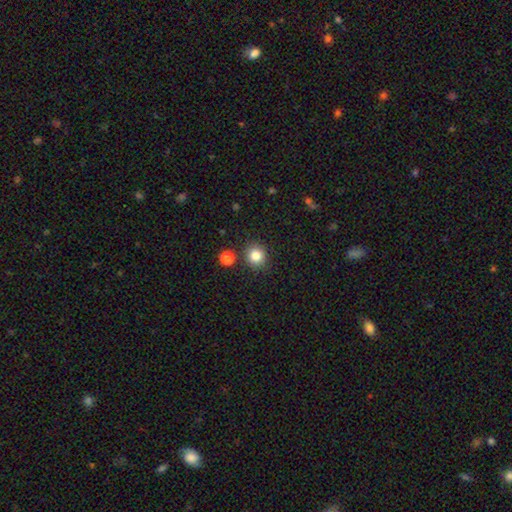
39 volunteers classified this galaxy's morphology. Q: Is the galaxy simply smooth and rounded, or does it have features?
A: smooth — 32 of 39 (82%).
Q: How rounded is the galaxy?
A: round — 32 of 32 (100%).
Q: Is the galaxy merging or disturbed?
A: none — 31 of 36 (86%).